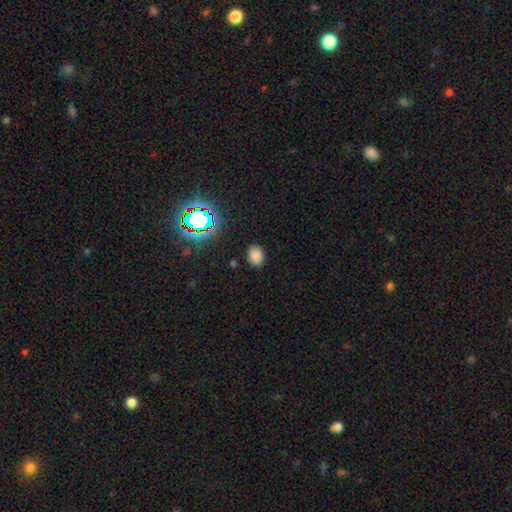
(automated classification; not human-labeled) Overall: smooth (78%). How rounded: in between (68%; round 31%). Merging: none (85%).